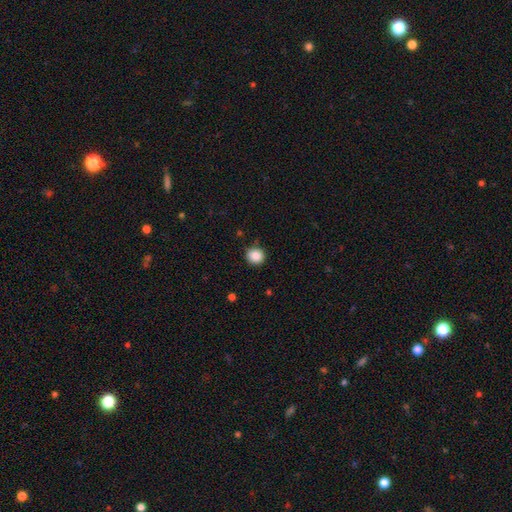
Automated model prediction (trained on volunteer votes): A smooth galaxy with no disk features (87%) that is round (85%). Merging: none (87%).